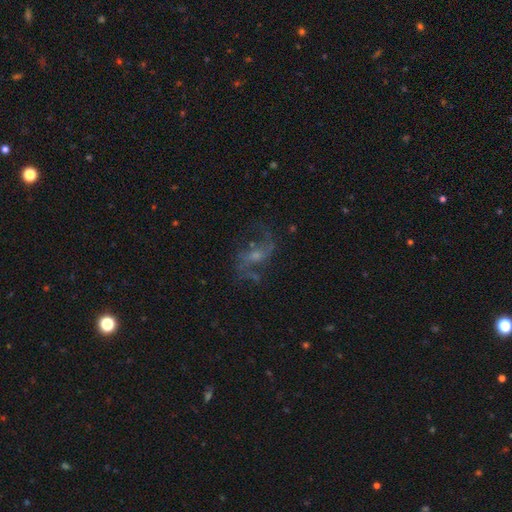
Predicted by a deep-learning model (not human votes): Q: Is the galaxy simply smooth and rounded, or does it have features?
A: featured or disk — 75%.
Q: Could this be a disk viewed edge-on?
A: no — 96%.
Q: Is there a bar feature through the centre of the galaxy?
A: weak — 45%.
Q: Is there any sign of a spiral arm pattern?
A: yes — 88%.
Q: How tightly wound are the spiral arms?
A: loose — 76%.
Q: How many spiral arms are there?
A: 2 — 84%.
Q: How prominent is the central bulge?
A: small — 43%.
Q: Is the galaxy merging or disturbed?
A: none — 62%.